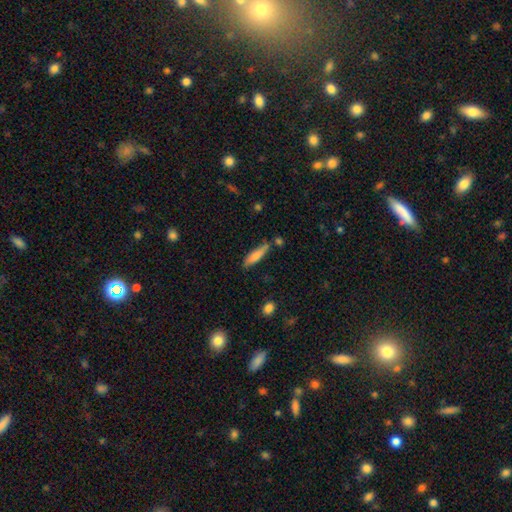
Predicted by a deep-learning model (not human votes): This is likely a smooth galaxy (74%). How rounded: likely cigar-shaped (79%). Merging: likely none (71%).